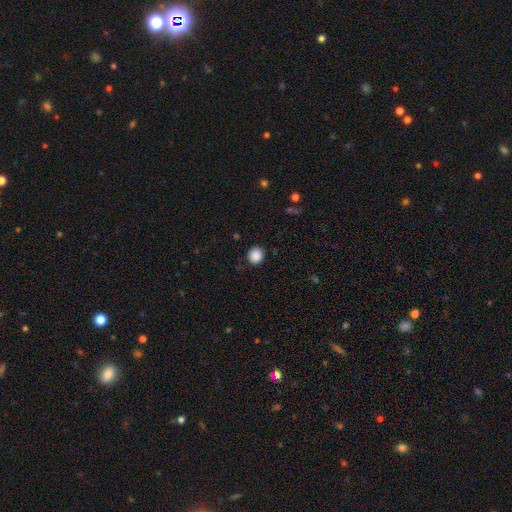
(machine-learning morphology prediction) type=smooth (88%); roundness=round (88%); merging=none (90%).